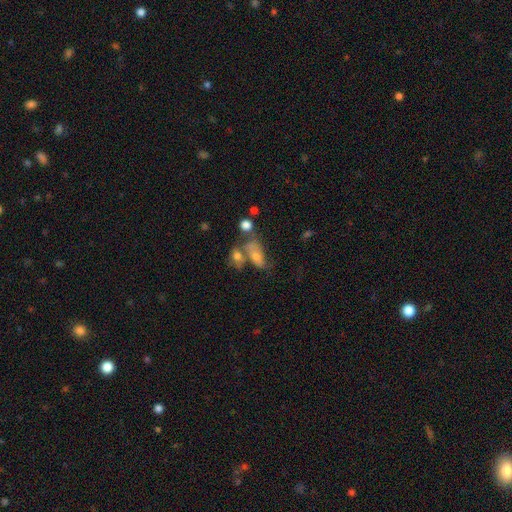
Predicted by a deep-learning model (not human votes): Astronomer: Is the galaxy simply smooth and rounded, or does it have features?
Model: smooth — 49% (runner-up: featured or disk, 34%).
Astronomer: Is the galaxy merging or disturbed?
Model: merger — 38% (runner-up: none, 34%).